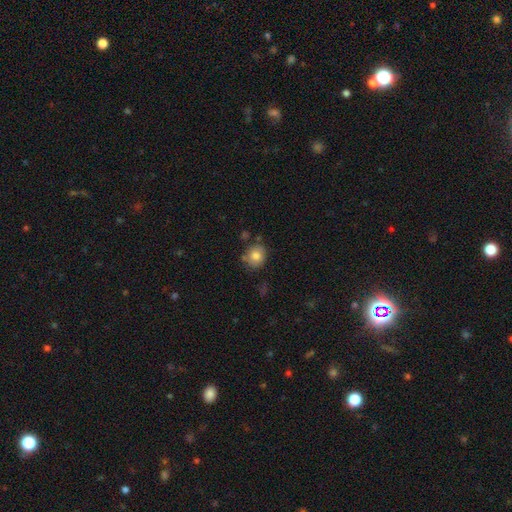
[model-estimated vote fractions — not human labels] Smooth or featured: smooth — 81% (star or artifact — 10%)
How rounded: round — 76% (in between — 23%)
Merging: none — 77% (minor disturbance — 14%)